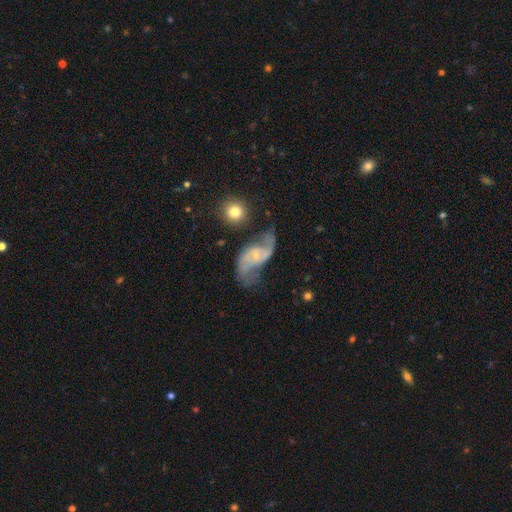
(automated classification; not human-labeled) Smooth or featured? featured or disk (83%)
Edge-on disk? no (96%)
Bar? no (47%)
Spiral arms? yes (92%)
Spiral winding? loose (65%)
Spiral arm count? 2 (90%)
Bulge size? small (66%)
Merging? none (47%)